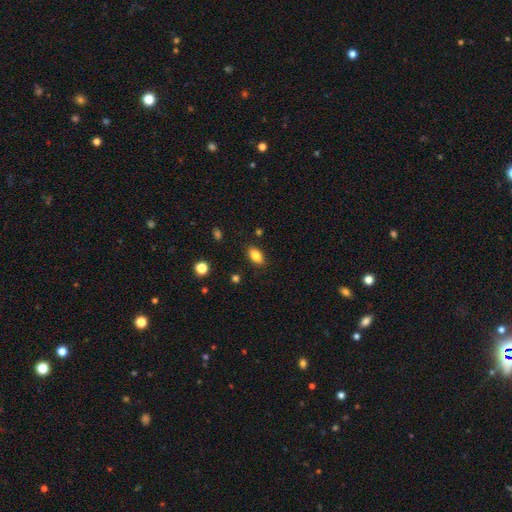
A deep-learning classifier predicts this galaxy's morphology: Overall: smooth (83%). How rounded: in between (89%). Merging: none (86%).